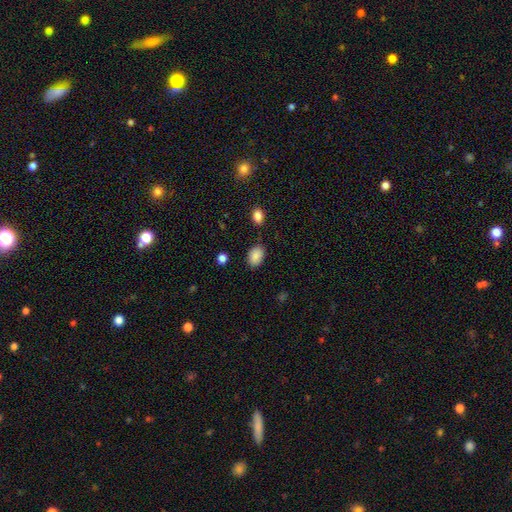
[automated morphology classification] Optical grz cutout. It shows a smooth galaxy with no disk features (87%) that is in between round and cigar-shaped (79%). Merging: none (80%).